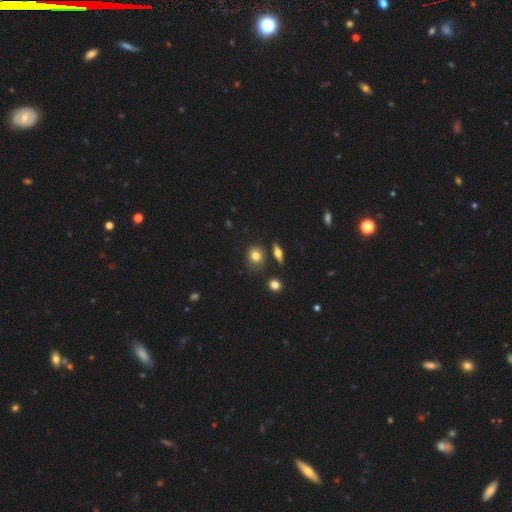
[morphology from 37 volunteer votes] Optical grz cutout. It shows a smooth galaxy with no disk features (70%) that is round (77%). Merging: none (68%).